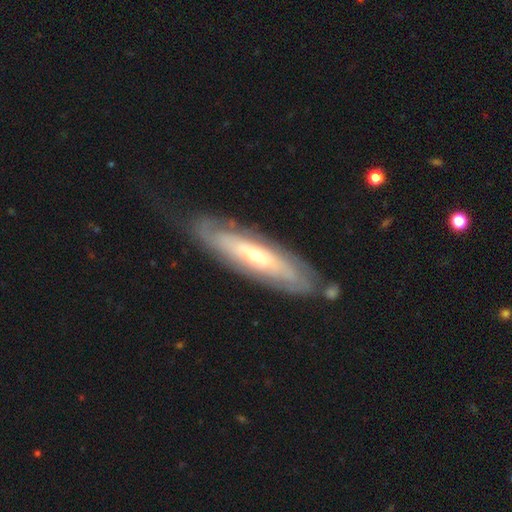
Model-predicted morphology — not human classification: Smooth or featured? featured or disk (75%)
Edge-on disk? no (69%)
Bar? no (65%)
Spiral arms? yes (79%)
Bulge size? small (59%)
Merging? none (74%)